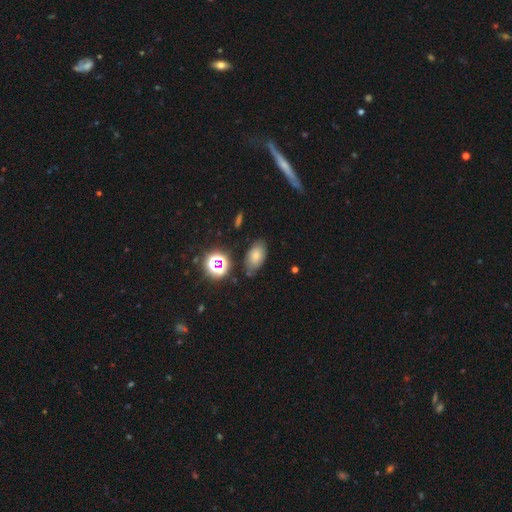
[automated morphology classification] Smooth or featured?
  - smooth: 68% *
  - star or artifact: 18%
  - featured or disk: 14%
How rounded?
  - in between: 88% *
  - round: 10%
  - cigar-shaped: 2%
Merging?
  - none: 75% *
  - minor disturbance: 16%
  - merger: 4%
  - major disturbance: 4%